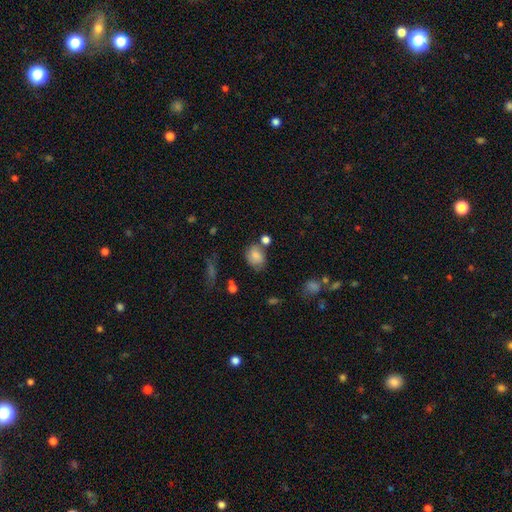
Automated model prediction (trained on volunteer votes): Smooth or featured? smooth (78%)
How rounded? in between (51%)
Merging? none (58%)